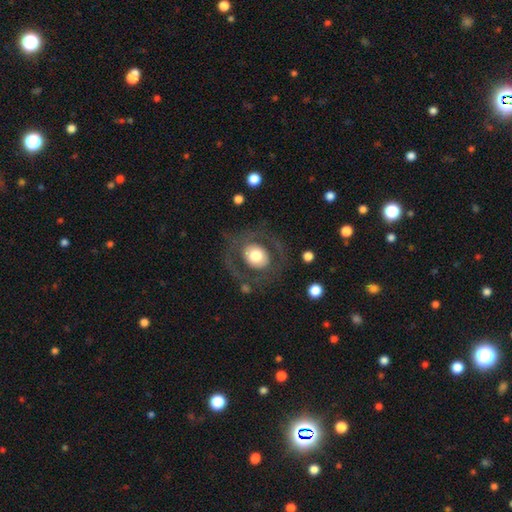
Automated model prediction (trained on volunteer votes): A smooth galaxy with no disk features (49%). Merging: none (72%).